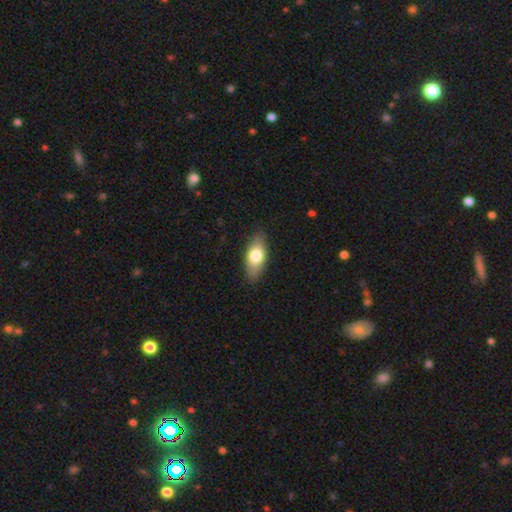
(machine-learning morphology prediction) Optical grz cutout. It shows a smooth galaxy with no disk features (71%) that is in between round and cigar-shaped (82%). Merging: none (86%).